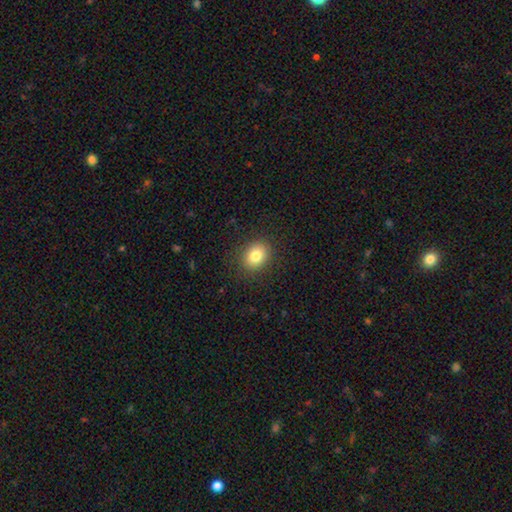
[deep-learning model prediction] smooth-or-featured: smooth: 82% | star or artifact: 10% | featured or disk: 8%
  how-rounded: round: 53% | in between: 46% | cigar-shaped: 1%
  merging: none: 88% | minor disturbance: 8% | major disturbance: 3% | merger: 1%